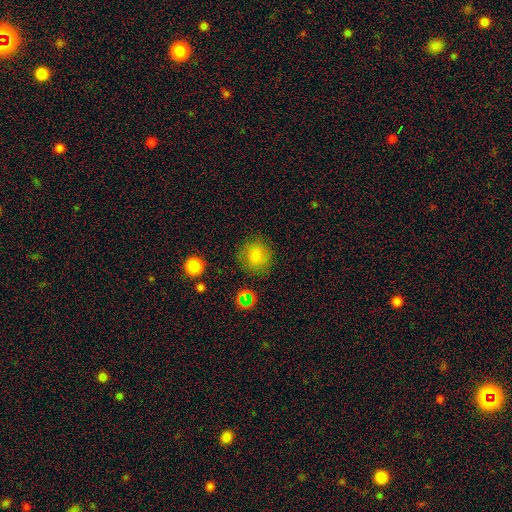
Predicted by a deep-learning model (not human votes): The model was most divided on "smooth or featured": smooth: 79%, star or artifact: 12%, featured or disk: 9%. More confident: how rounded — round (91%); merging — none (82%).